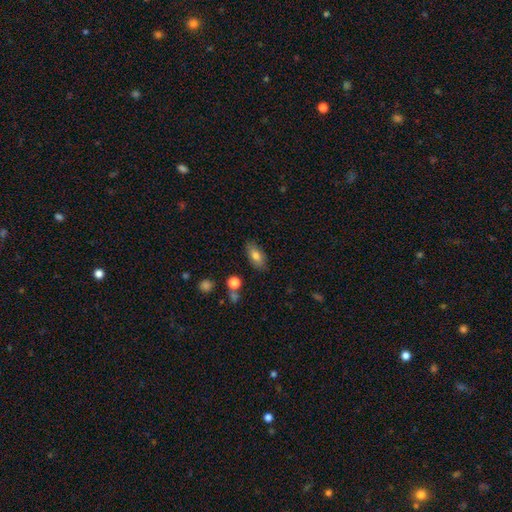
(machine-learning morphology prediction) smooth 78%, featured or disk 14%, star or artifact 8%. Down the decision tree: how rounded — in between (88%); merging — none (83%).